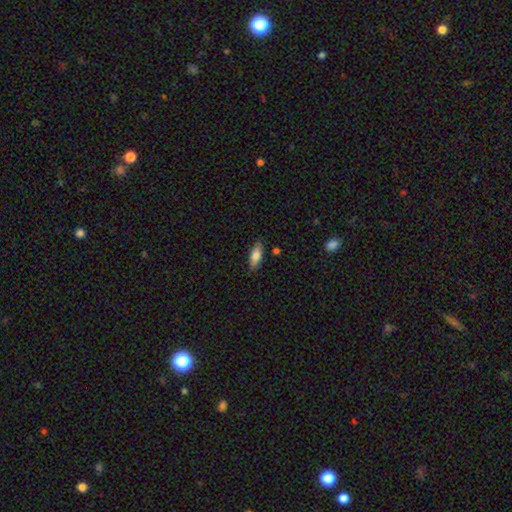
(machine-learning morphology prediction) A smooth galaxy with no disk features (80%) that is in between round and cigar-shaped (71%).

Vote fractions:
- Smooth or featured? smooth: 80% / featured or disk: 13% / star or artifact: 6%
- How rounded? in between: 71% / cigar-shaped: 27% / round: 2%
- Merging? none: 84% / minor disturbance: 12% / major disturbance: 2% / merger: 2%